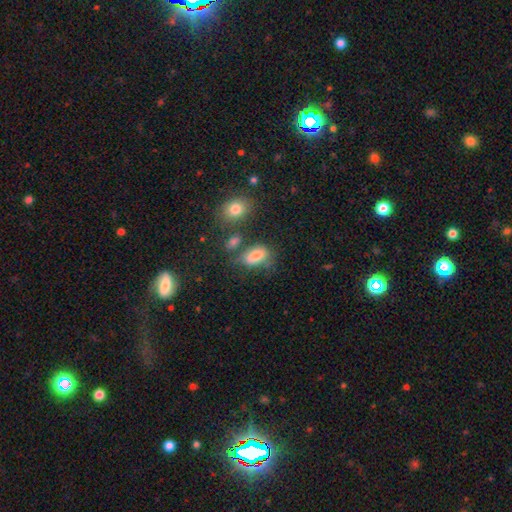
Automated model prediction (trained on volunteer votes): A smooth galaxy with no disk features (76%) that is in between round and cigar-shaped (89%).

Vote fractions:
- Smooth or featured? smooth: 76% / featured or disk: 13% / star or artifact: 11%
- How rounded? in between: 89% / round: 8% / cigar-shaped: 4%
- Merging? none: 45% / minor disturbance: 25% / merger: 16% / major disturbance: 15%